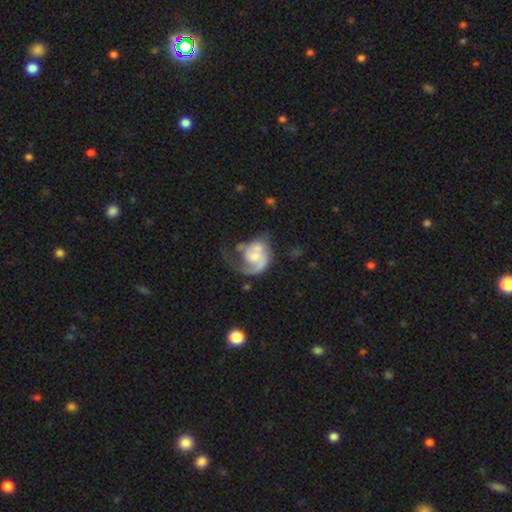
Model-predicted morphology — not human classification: Q: Smooth or featured?
A: featured or disk (76%); runner-up: smooth (19%)
Q: Edge-on disk?
A: no (98%); runner-up: yes (2%)
Q: Bar?
A: no (67%); runner-up: weak (28%)
Q: Spiral arms?
A: yes (89%); runner-up: no (11%)
Q: Spiral winding?
A: medium (40%); runner-up: loose (33%)
Q: Spiral arm count?
A: 1 (64%); runner-up: 2 (25%)
Q: Bulge size?
A: small (35%); runner-up: moderate (34%)
Q: Merging?
A: major disturbance (39%); runner-up: none (32%)